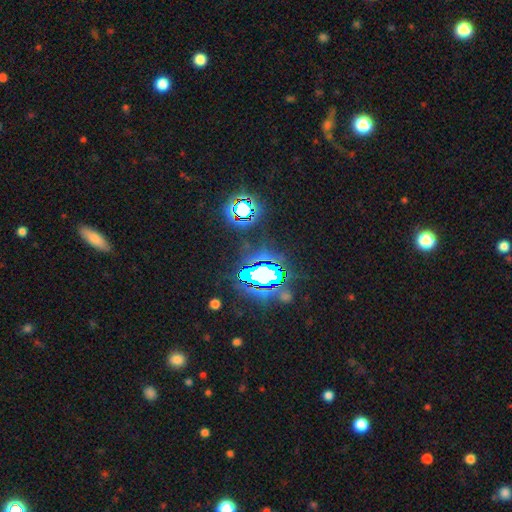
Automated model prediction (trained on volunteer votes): star or artifact 81%, smooth 11%, featured or disk 7%.